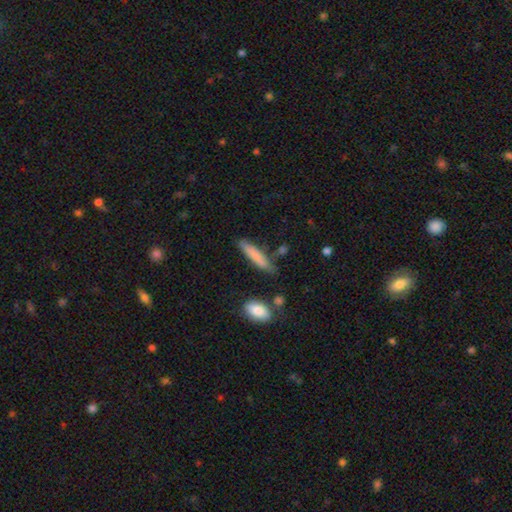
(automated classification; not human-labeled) Morphology: type=smooth (78%); roundness=cigar-shaped (86%); merging=none (75%).